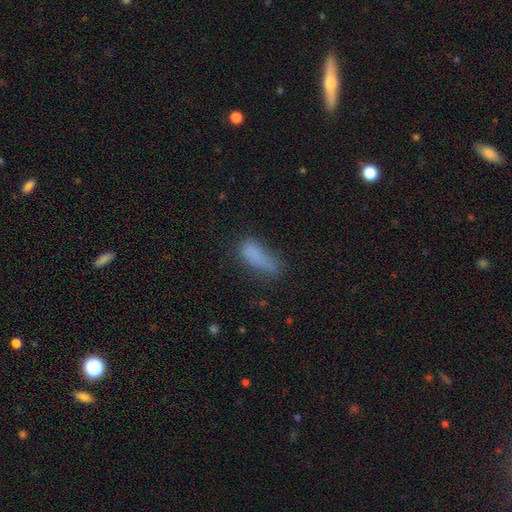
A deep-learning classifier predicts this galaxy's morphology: Overall: smooth (76%). How rounded: in between (59%; cigar-shaped 38%). Merging: none (46%; minor disturbance 30%).